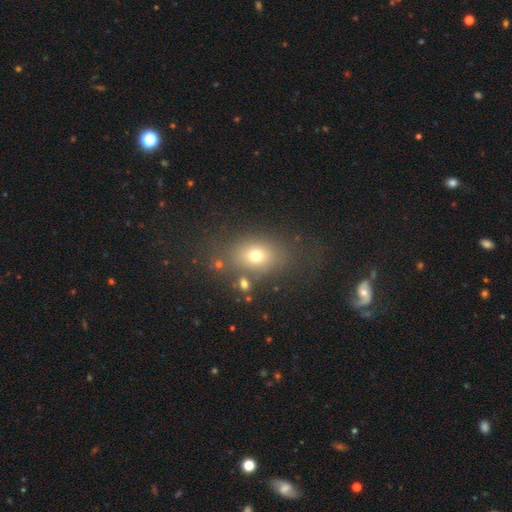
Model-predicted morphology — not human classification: Smooth or featured? smooth (70%)
How rounded? in between (67%)
Merging? none (74%)